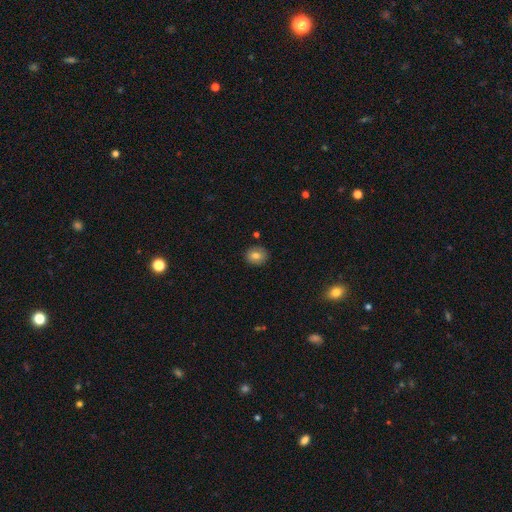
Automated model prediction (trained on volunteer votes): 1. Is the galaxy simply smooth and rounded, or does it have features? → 79% smooth, 12% featured or disk, 10% star or artifact.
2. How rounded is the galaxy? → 73% round, 26% in between, 1% cigar-shaped.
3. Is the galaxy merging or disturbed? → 86% none, 9% minor disturbance, 2% merger, 2% major disturbance.